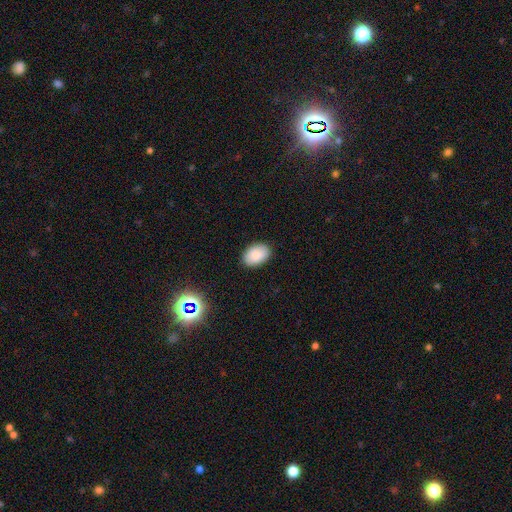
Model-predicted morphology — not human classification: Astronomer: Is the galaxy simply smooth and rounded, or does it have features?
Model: smooth — 85%.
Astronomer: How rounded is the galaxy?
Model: in between — 87%.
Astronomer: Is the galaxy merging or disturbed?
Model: none — 87%.